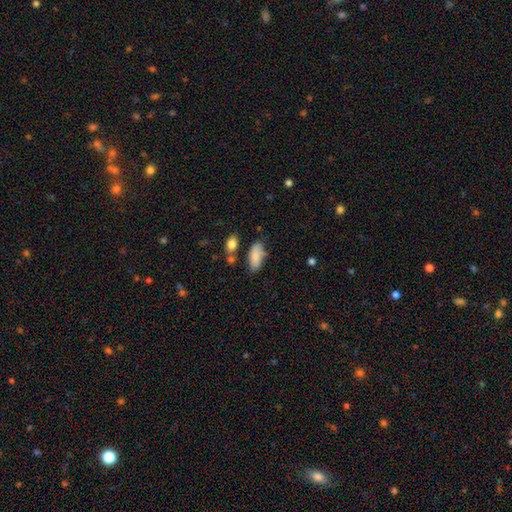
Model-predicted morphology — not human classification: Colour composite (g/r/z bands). It shows a smooth galaxy with no disk features (86%) that is in between round and cigar-shaped (86%). Merging: none (64%).